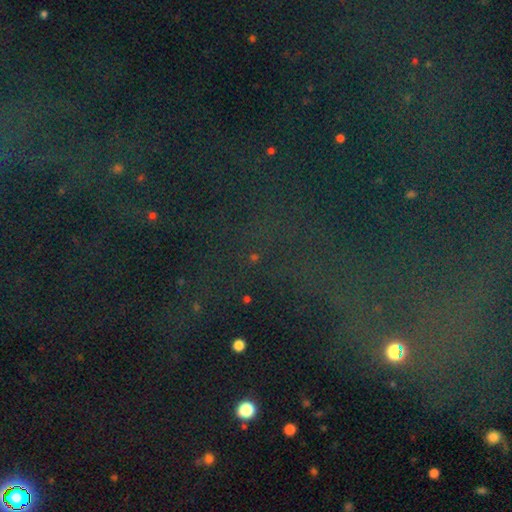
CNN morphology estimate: This is clearly a star or artifact rather than a galaxy (81%).